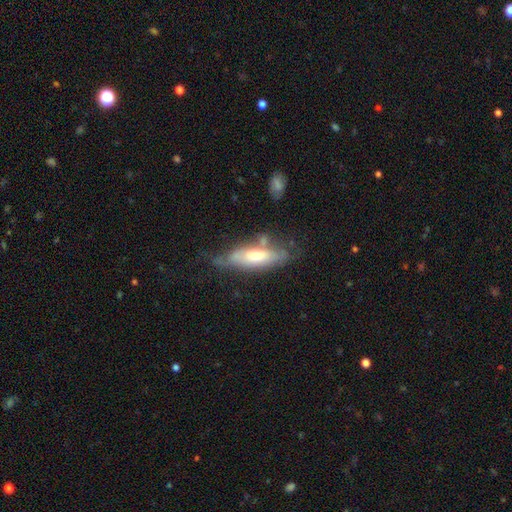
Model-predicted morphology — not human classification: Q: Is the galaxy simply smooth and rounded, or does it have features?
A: smooth — 51%.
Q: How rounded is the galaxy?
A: in between — 53%.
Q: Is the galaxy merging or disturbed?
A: none — 49%.